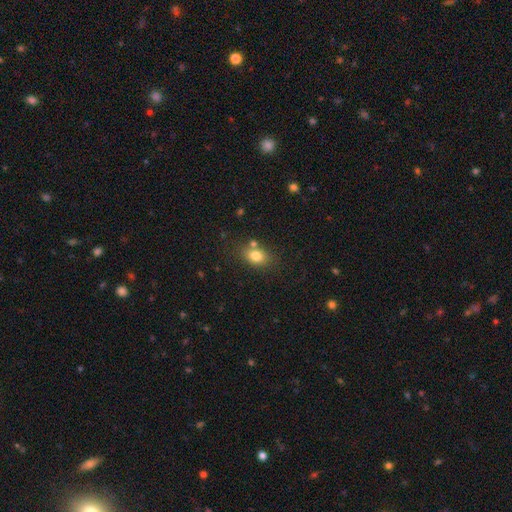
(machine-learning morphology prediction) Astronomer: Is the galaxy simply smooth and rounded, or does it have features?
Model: smooth — 80%.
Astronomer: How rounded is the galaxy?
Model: in between — 72%.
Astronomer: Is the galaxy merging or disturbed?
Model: none — 70%.